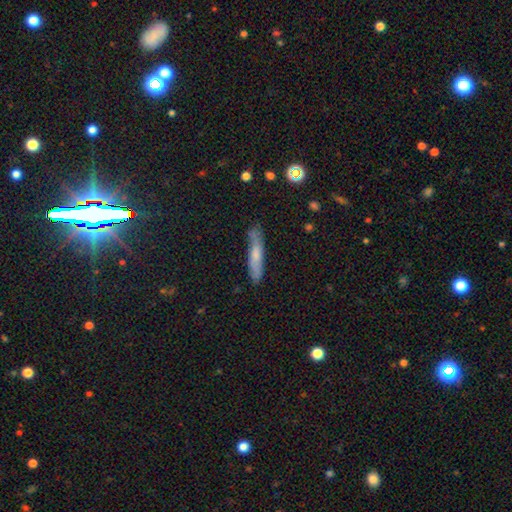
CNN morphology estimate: The model was most divided on "smooth or featured": smooth: 62%, featured or disk: 31%, star or artifact: 8%. More confident: how rounded — cigar-shaped (88%); merging — none (74%).